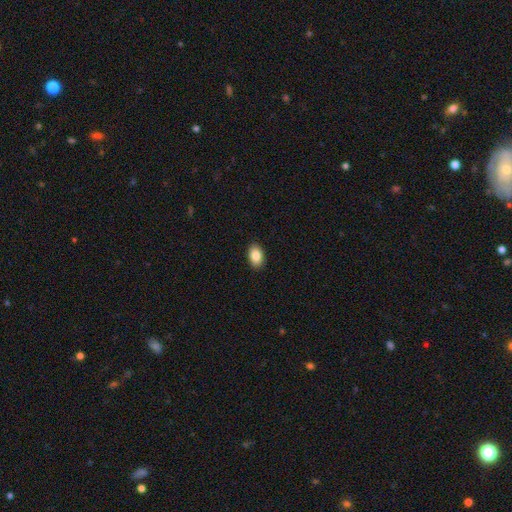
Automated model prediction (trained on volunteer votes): Smooth or featured?
  - smooth: 86% *
  - star or artifact: 7%
  - featured or disk: 6%
How rounded?
  - in between: 89% *
  - round: 10%
  - cigar-shaped: 1%
Merging?
  - none: 90% *
  - minor disturbance: 7%
  - major disturbance: 2%
  - merger: 1%